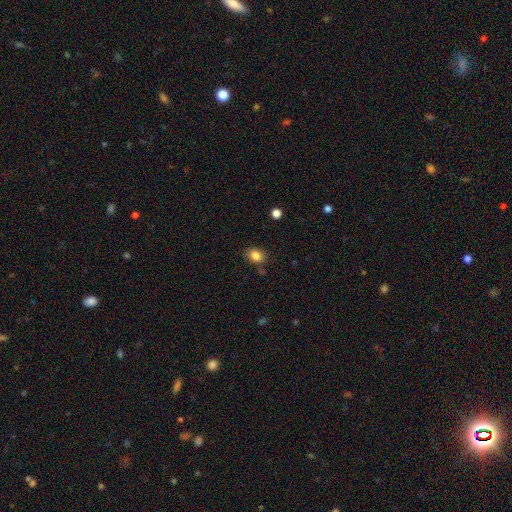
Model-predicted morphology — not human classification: A smooth galaxy with no disk features (85%) that is in between round and cigar-shaped (67%). Merging: none (78%).